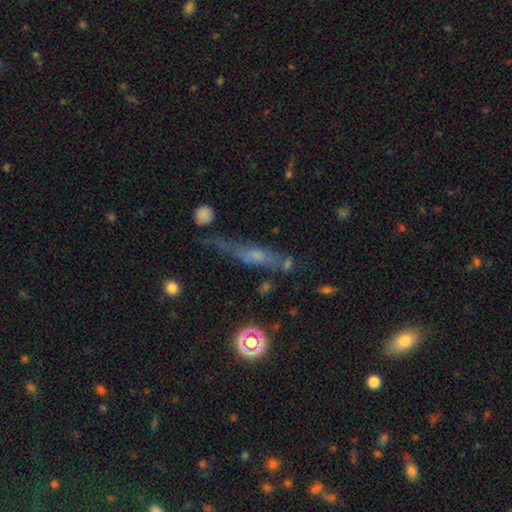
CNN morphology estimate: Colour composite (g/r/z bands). It shows a featured or disk galaxy (42%). Merging: none (48%).